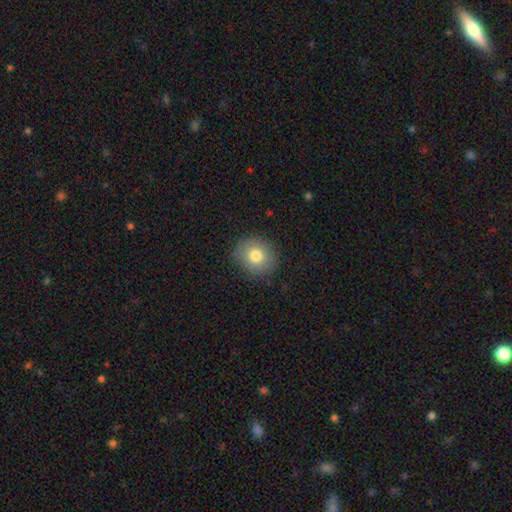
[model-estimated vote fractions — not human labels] Smooth or featured? smooth (78%)
How rounded? round (80%)
Merging? none (88%)